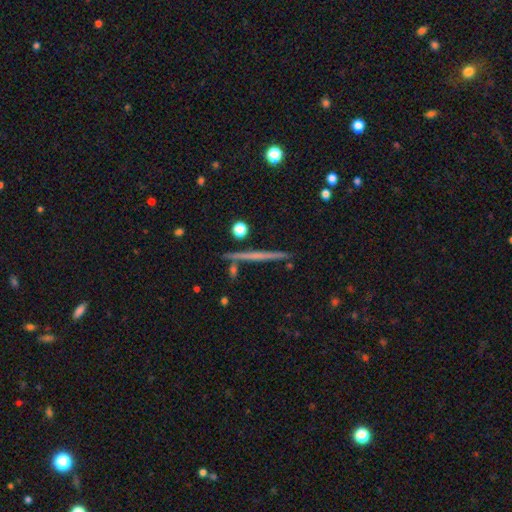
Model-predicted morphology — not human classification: Smooth or featured? featured or disk (62%)
Edge-on disk? yes (97%)
Edge-on bulge? none (78%)
Merging? none (88%)